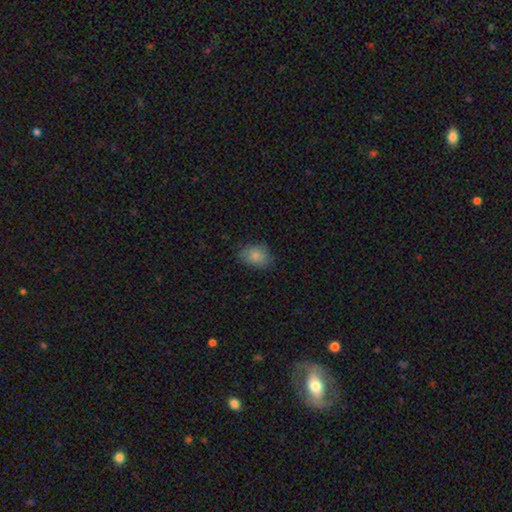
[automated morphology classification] This appears to be a smooth galaxy with no disk features (85%) that is in between round and cigar-shaped (69%). Merging: none (78%).